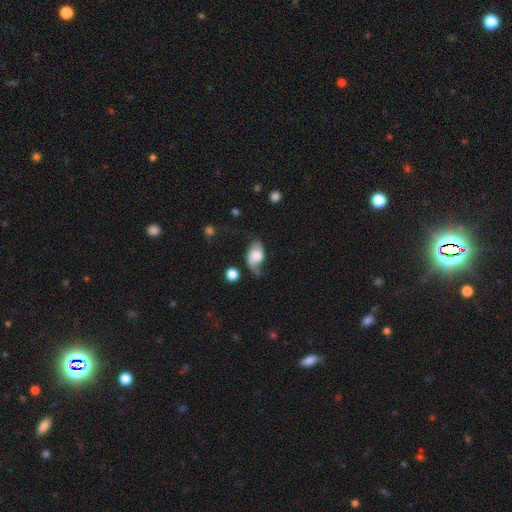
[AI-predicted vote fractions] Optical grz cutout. It shows a featured or disk galaxy (47%). Merging: none (40%).